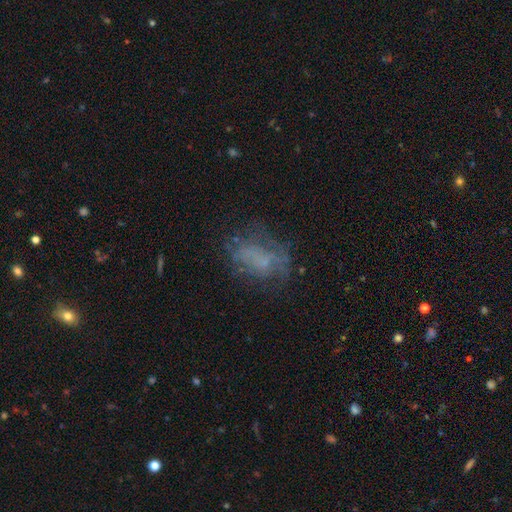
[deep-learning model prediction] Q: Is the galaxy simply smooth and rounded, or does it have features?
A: smooth — 44%.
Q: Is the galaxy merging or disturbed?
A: none — 57%.